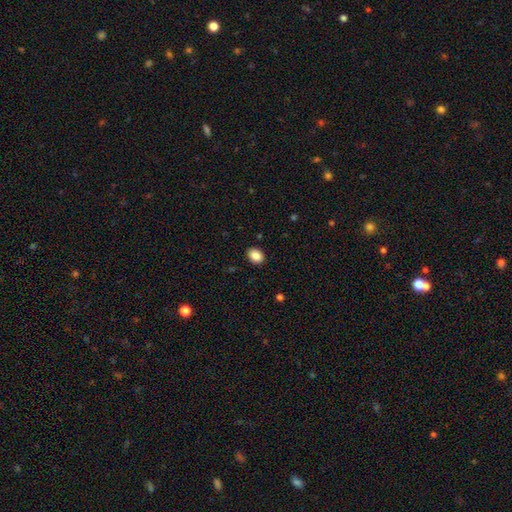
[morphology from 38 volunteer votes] A smooth galaxy with no disk features (89%) that is in between round and cigar-shaped (79%). Merging: none (81%).